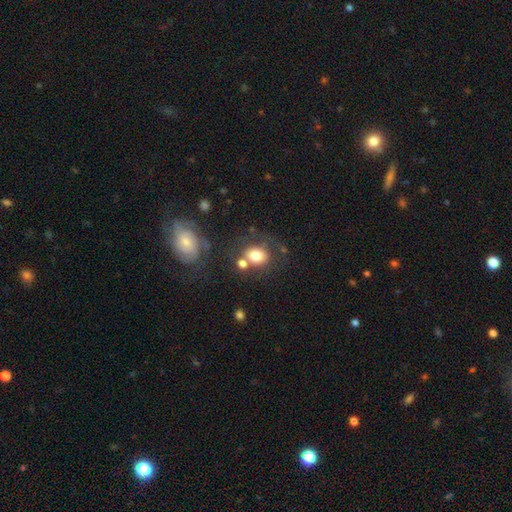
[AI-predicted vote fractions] smooth-or-featured: smooth: 74% | featured or disk: 17% | star or artifact: 10%
  how-rounded: round: 56% | in between: 43% | cigar-shaped: 1%
  merging: none: 52% | merger: 22% | minor disturbance: 15% | major disturbance: 10%